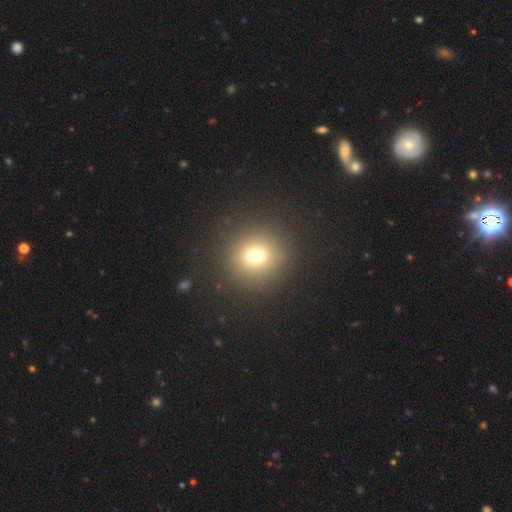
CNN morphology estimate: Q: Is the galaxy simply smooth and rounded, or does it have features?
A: smooth — 71%.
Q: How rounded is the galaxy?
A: round — 93%.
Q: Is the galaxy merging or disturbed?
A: none — 89%.